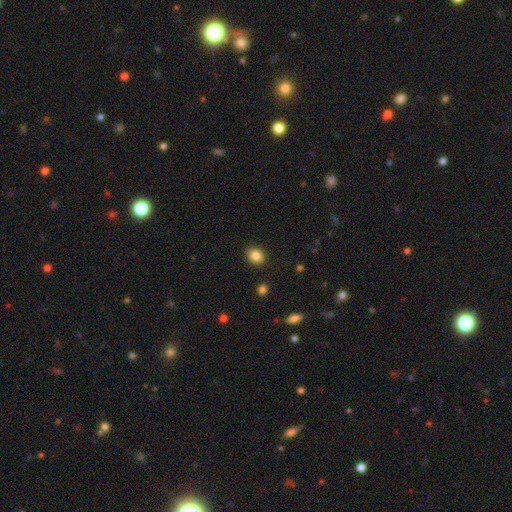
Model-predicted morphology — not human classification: A smooth galaxy with no disk features (85%) that is round (64%). Merging: none (90%).